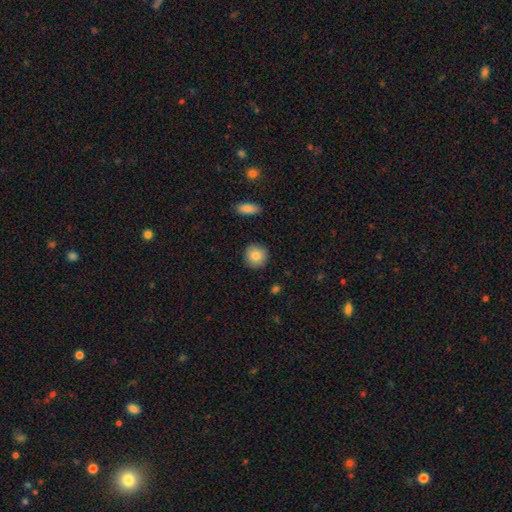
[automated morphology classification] A smooth galaxy with no disk features (86%) that is round (91%). Merging: none (90%).